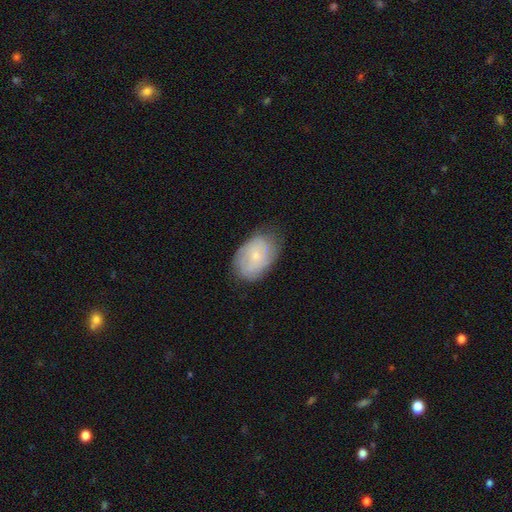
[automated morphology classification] Smooth or featured? Predicted: featured or disk (p=0.50). Merging? Predicted: none (p=0.68).